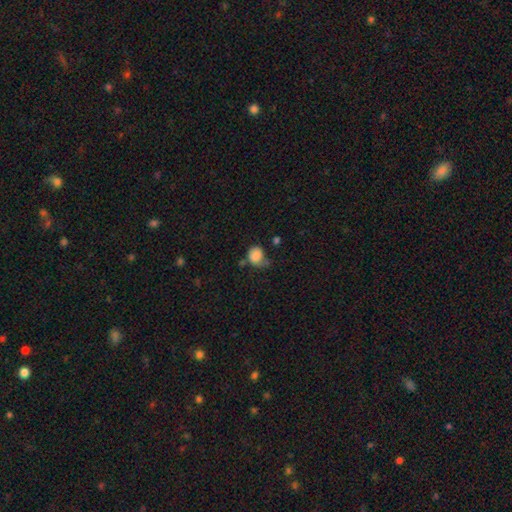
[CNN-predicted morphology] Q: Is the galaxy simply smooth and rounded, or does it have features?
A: smooth — 83%.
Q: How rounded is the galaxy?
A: round — 62%.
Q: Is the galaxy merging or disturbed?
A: none — 39%.